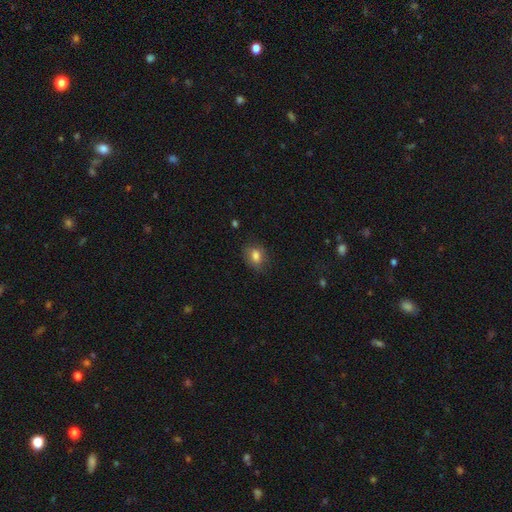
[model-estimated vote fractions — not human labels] This appears to be a smooth galaxy with no disk features (78%) that is in between round and cigar-shaped (72%). Merging: none (72%).